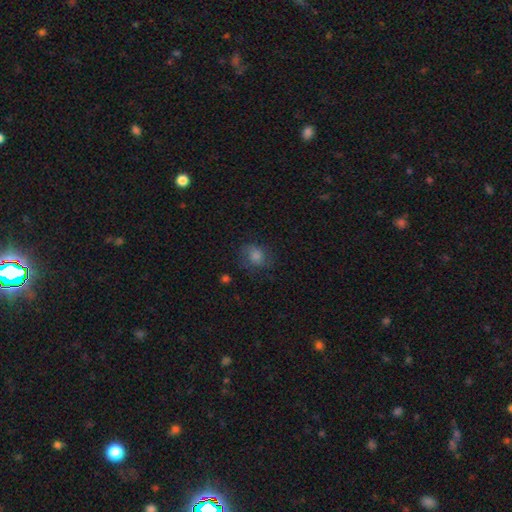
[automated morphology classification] smooth_or_featured: smooth (p=0.59) [alt: featured or disk p=0.24]
how_rounded: round (p=0.64) [alt: in between p=0.35]
merging: none (p=0.69) [alt: minor disturbance p=0.20]